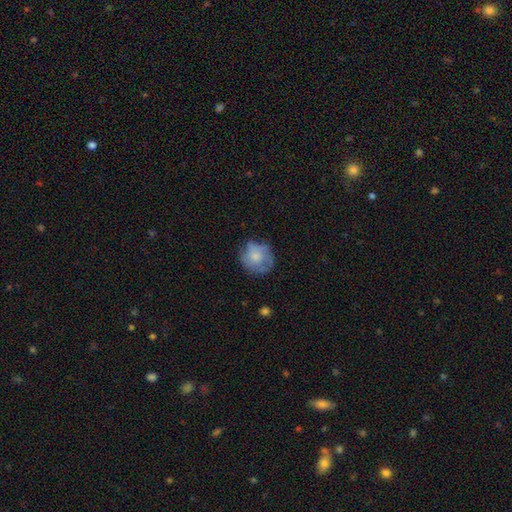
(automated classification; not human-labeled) Smooth or featured? smooth (61%)
How rounded? round (86%)
Merging? none (62%)